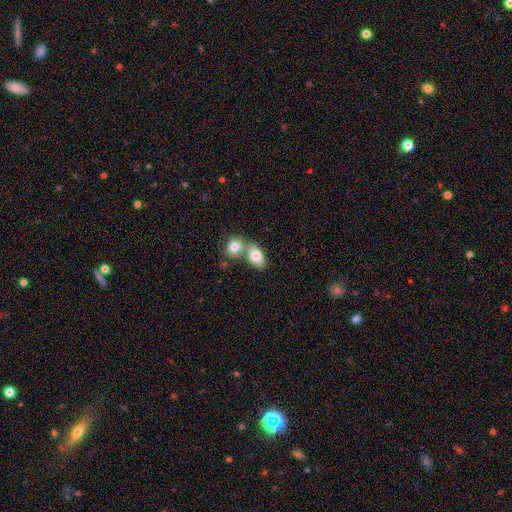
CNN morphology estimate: Smooth or featured?
  - smooth: 81% *
  - featured or disk: 12%
  - star or artifact: 7%
How rounded?
  - in between: 81% *
  - round: 18%
  - cigar-shaped: 2%
Merging?
  - merger: 58% *
  - none: 31%
  - minor disturbance: 8%
  - major disturbance: 3%